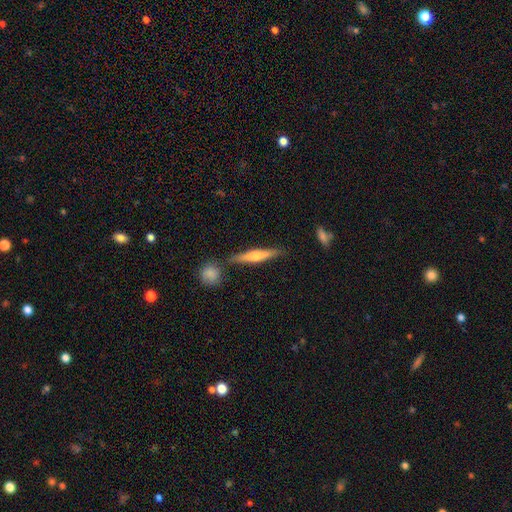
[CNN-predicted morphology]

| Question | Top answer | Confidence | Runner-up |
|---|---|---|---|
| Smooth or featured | smooth | 49% | featured or disk (45%) |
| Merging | none | 80% | minor disturbance (11%) |